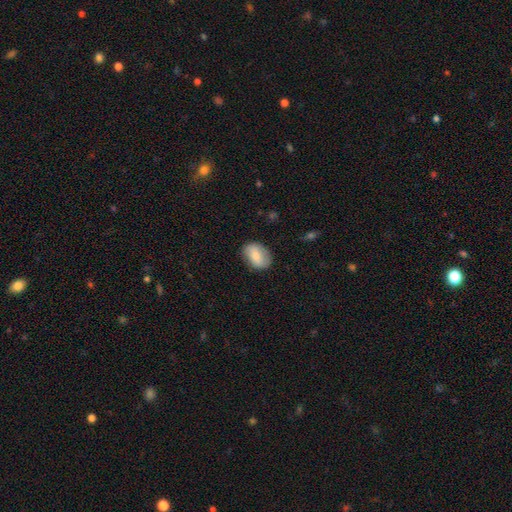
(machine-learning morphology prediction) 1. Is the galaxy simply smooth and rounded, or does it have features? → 72% smooth, 21% featured or disk, 7% star or artifact.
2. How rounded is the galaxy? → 74% in between, 25% round, 1% cigar-shaped.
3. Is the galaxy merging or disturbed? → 79% none, 16% minor disturbance, 4% major disturbance, 1% merger.